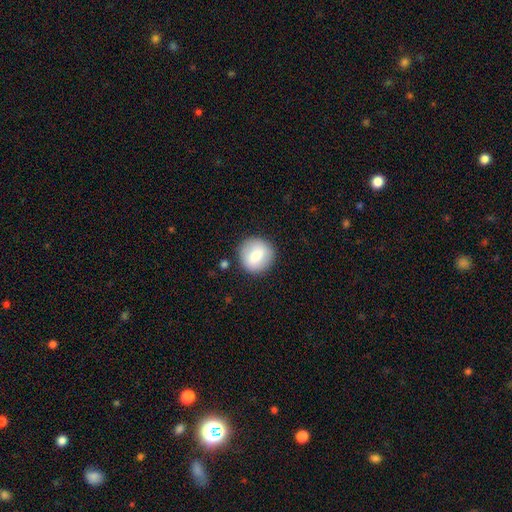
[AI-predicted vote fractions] A smooth galaxy with no disk features (75%) that is round (91%). Merging: none (87%).